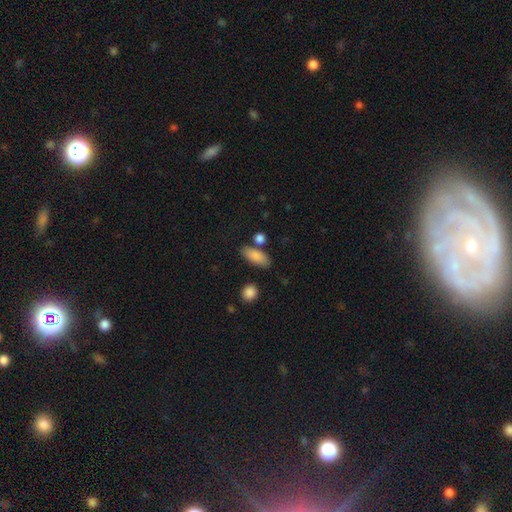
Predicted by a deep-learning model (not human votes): Smooth or featured?
  - smooth: 86% *
  - featured or disk: 8%
  - star or artifact: 7%
How rounded?
  - in between: 82% *
  - cigar-shaped: 14%
  - round: 4%
Merging?
  - none: 74% *
  - minor disturbance: 12%
  - merger: 11%
  - major disturbance: 3%